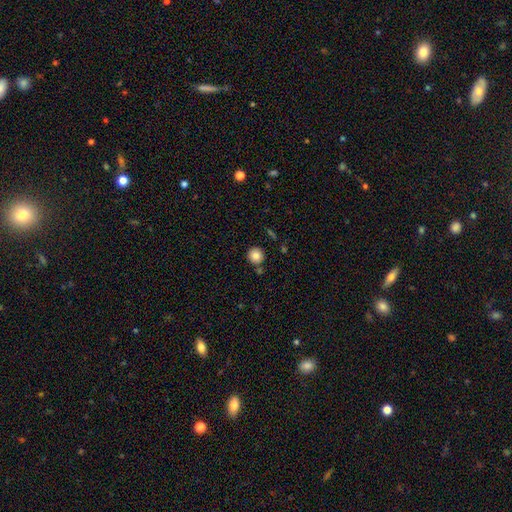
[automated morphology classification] Smooth or featured? Predicted: smooth (p=0.82). How rounded? Predicted: round (p=0.93). Merging? Predicted: none (p=0.83).